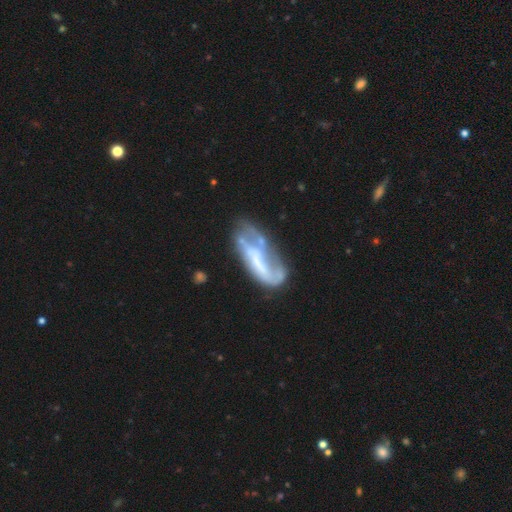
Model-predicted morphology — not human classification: Q: Smooth or featured?
A: featured or disk (64%); runner-up: smooth (27%)
Q: Edge-on disk?
A: no (88%); runner-up: yes (12%)
Q: Bar?
A: no (49%); runner-up: weak (26%)
Q: Spiral arms?
A: no (51%); runner-up: yes (49%)
Q: Bulge size?
A: none (50%); runner-up: small (24%)
Q: Merging?
A: none (36%); runner-up: major disturbance (29%)